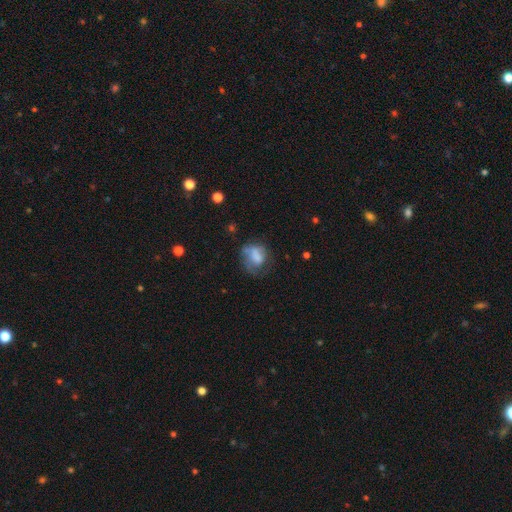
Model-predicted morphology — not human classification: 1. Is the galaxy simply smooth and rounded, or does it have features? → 63% smooth, 27% featured or disk, 10% star or artifact.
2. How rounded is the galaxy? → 54% in between, 44% round, 2% cigar-shaped.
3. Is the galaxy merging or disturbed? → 37% none, 31% major disturbance, 29% minor disturbance, 4% merger.